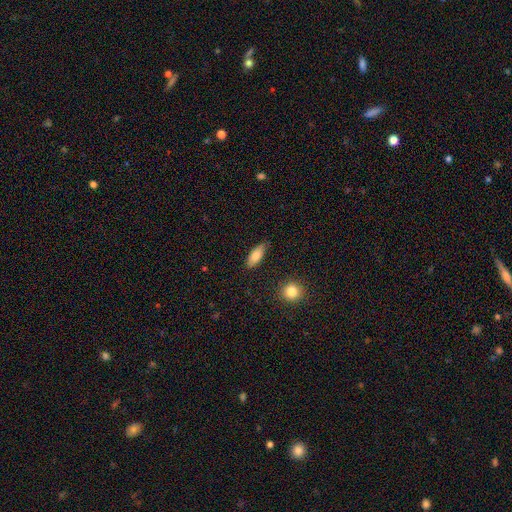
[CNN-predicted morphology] smooth_or_featured: smooth (p=0.79) [alt: featured or disk p=0.14]
how_rounded: in between (p=0.75) [alt: cigar-shaped p=0.23]
merging: none (p=0.81) [alt: minor disturbance p=0.15]